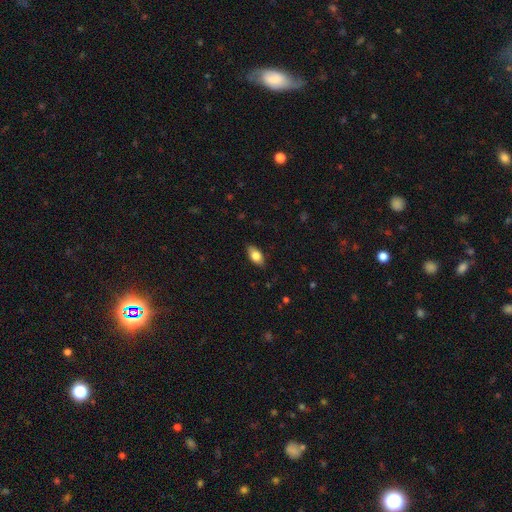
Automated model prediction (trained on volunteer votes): Overall: smooth (77%). How rounded: in between (90%). Merging: none (86%).